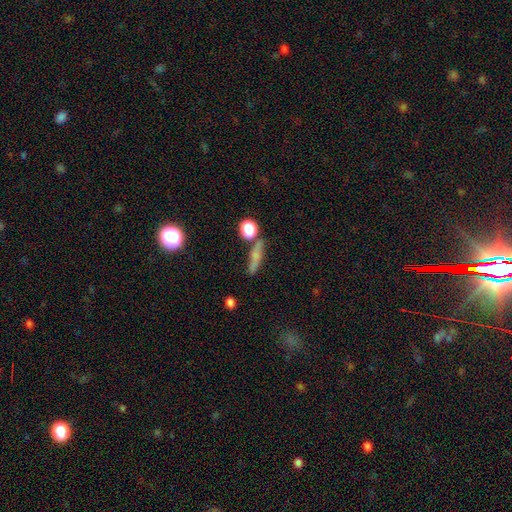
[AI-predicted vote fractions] This appears to be a smooth galaxy with no disk features (59%) that is cigar-shaped (68%). Merging: none (67%).